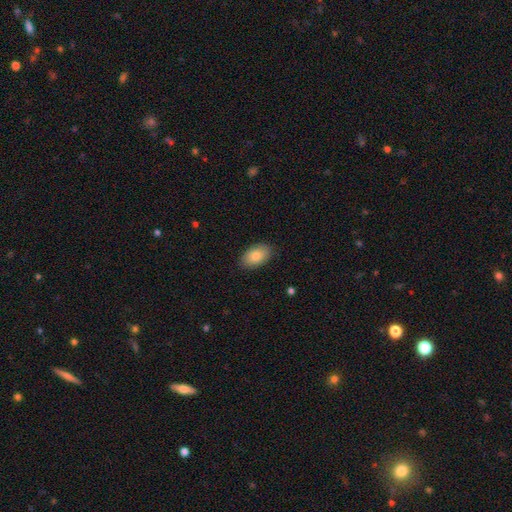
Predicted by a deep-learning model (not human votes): Morphology: type=smooth (83%); roundness=in between (92%); merging=none (87%).